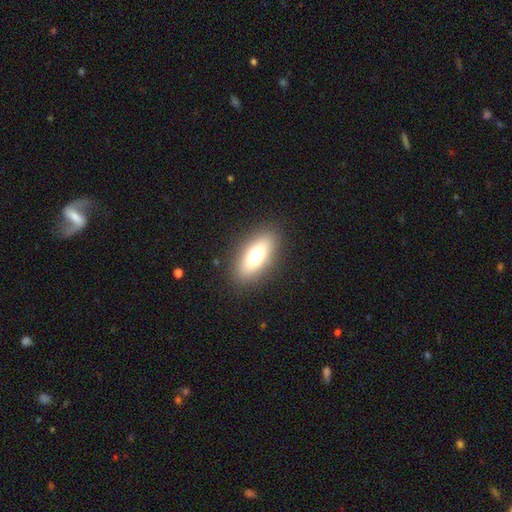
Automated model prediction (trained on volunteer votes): Morphology: type=smooth (72%); roundness=in between (76%); merging=none (87%).